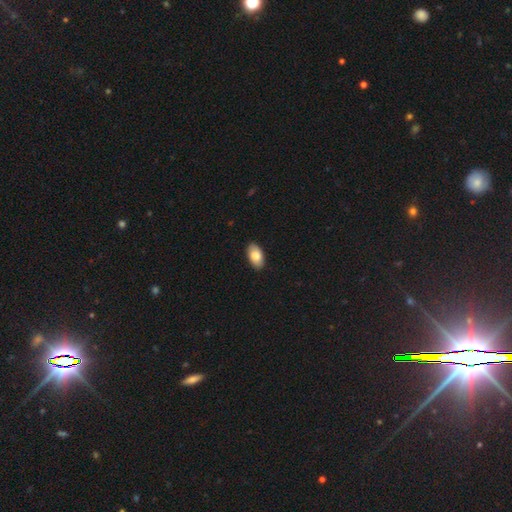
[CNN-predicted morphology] type=smooth (84%); roundness=in between (95%); merging=none (89%).